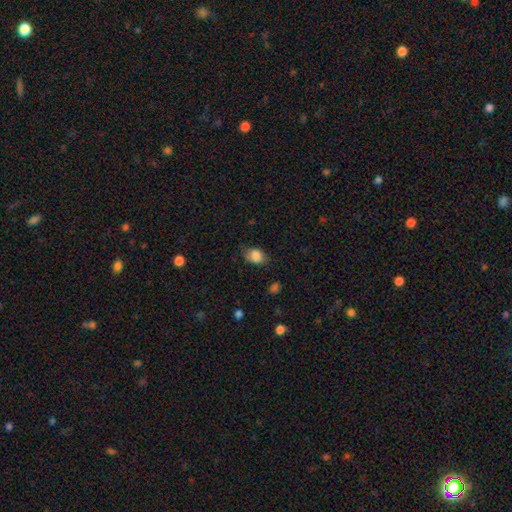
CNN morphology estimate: This appears to be a smooth galaxy with no disk features (85%) that is in between round and cigar-shaped (71%). Merging: none (66%).